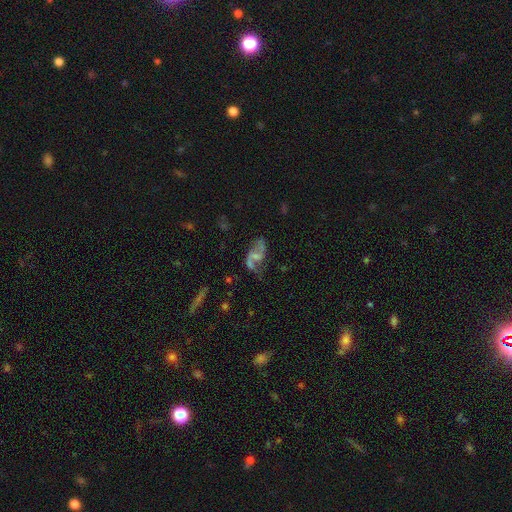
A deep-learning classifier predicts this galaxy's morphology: Q: Smooth or featured?
A: featured or disk (80%); runner-up: smooth (11%)
Q: Edge-on disk?
A: no (97%); runner-up: yes (3%)
Q: Bar?
A: weak (44%); runner-up: no (42%)
Q: Spiral arms?
A: yes (90%); runner-up: no (10%)
Q: Spiral winding?
A: loose (67%); runner-up: medium (27%)
Q: Spiral arm count?
A: 2 (89%); runner-up: 1 (4%)
Q: Bulge size?
A: small (47%); runner-up: moderate (29%)
Q: Merging?
A: none (57%); runner-up: minor disturbance (19%)